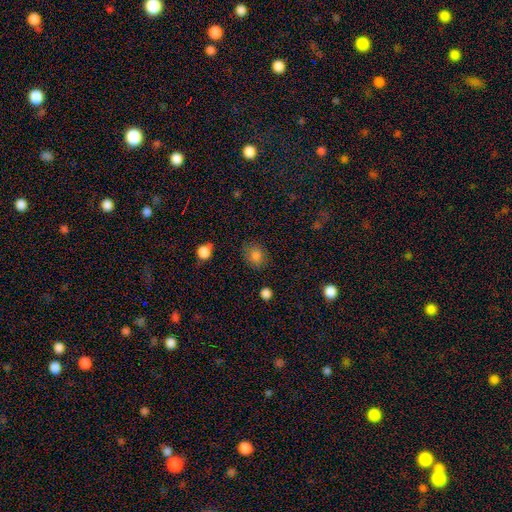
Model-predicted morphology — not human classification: This is clearly a smooth galaxy (83%). How rounded: possibly round (56%). Merging: clearly none (81%).